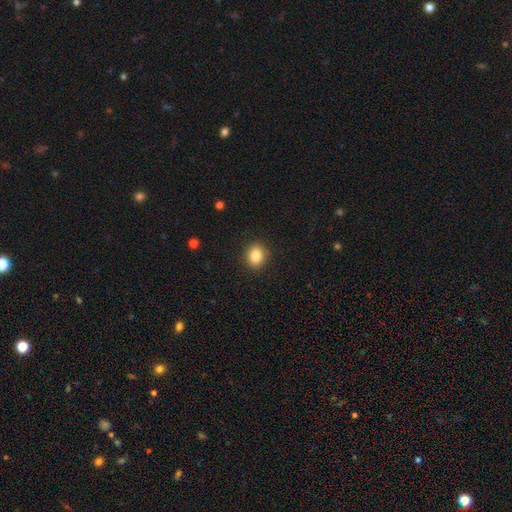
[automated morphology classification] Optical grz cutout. It shows a smooth galaxy with no disk features (85%) that is round (61%). Merging: none (90%).